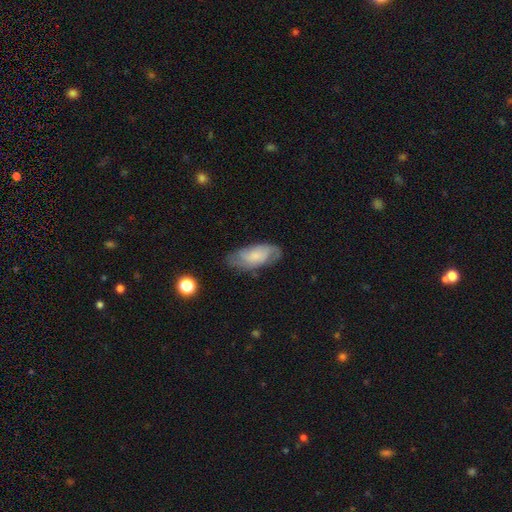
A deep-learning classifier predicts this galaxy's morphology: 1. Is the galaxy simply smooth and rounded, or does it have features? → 54% featured or disk, 39% smooth, 7% star or artifact.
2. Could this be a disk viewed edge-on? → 91% no, 9% yes.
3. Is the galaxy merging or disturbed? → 68% none, 22% minor disturbance, 8% major disturbance, 2% merger.